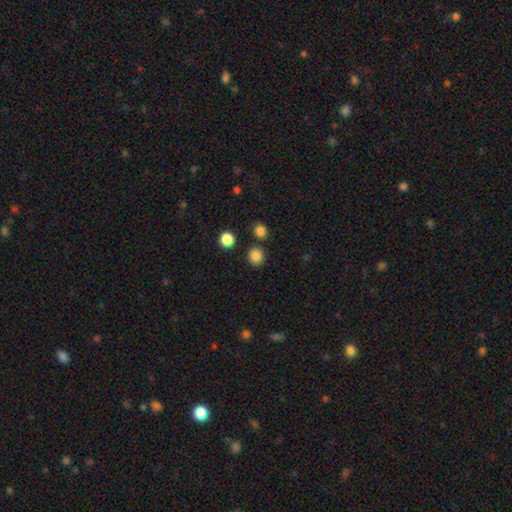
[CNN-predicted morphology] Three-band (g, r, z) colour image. It shows a smooth galaxy with no disk features (84%) that is round (90%). Merging: none (85%).